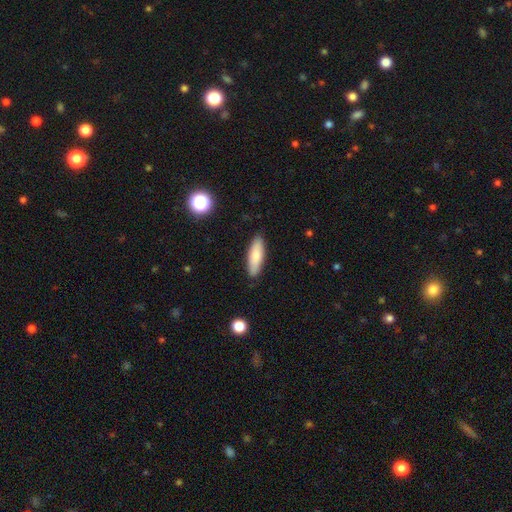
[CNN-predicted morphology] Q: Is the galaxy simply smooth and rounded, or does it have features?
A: smooth — 80%.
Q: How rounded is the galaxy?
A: in between — 54%.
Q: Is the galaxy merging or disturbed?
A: none — 87%.